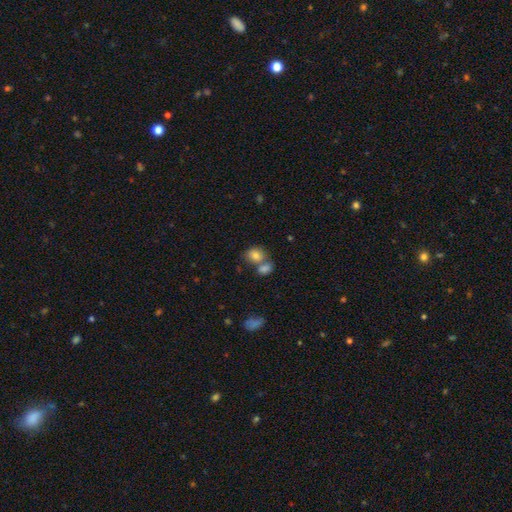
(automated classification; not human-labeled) smooth_or_featured: smooth (p=0.80) [alt: featured or disk p=0.11]
how_rounded: in between (p=0.53) [alt: round p=0.46]
merging: merger (p=0.46) [alt: none p=0.39]